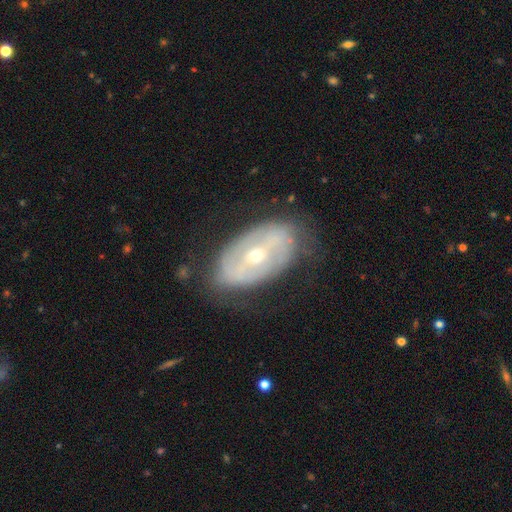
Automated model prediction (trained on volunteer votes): Morphology: type=featured or disk (71%); edge-on=no (92%); bar=weak (35%); spiral arms=no (52%); bulge=small (56%); merging=none (71%).